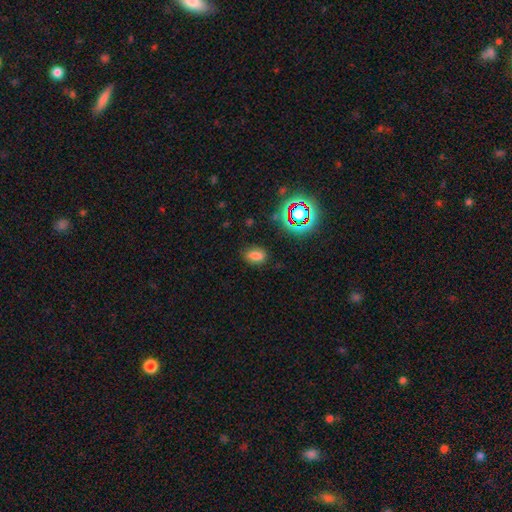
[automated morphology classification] Smooth or featured? Predicted: smooth (p=0.74). How rounded? Predicted: in between (p=0.85). Merging? Predicted: none (p=0.82).